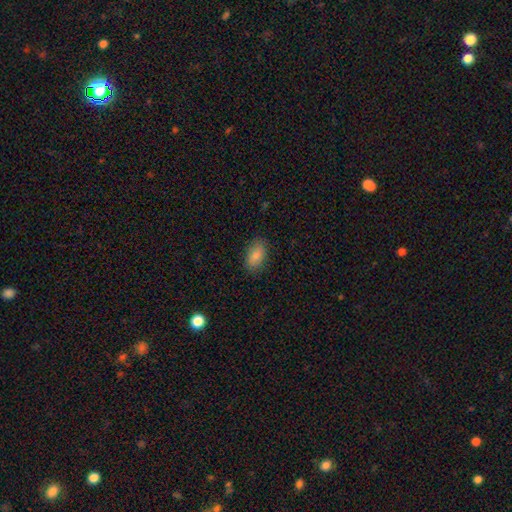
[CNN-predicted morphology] Smooth or featured? Predicted: smooth (p=0.84). How rounded? Predicted: in between (p=0.92). Merging? Predicted: none (p=0.86).